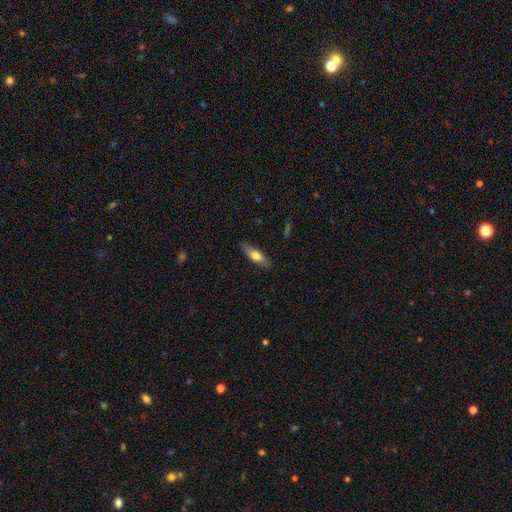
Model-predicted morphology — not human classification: This appears to be a smooth galaxy with no disk features (67%) that is in between round and cigar-shaped (53%). Merging: none (85%).